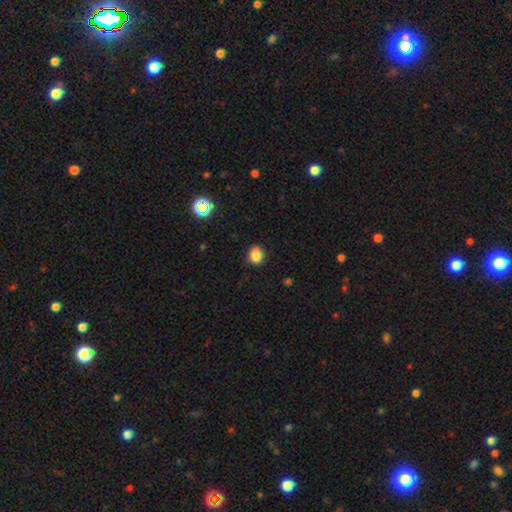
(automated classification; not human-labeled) smooth_or_featured: smooth (p=0.84) [alt: star or artifact p=0.12]
how_rounded: round (p=0.64) [alt: in between p=0.35]
merging: none (p=0.84) [alt: minor disturbance p=0.12]